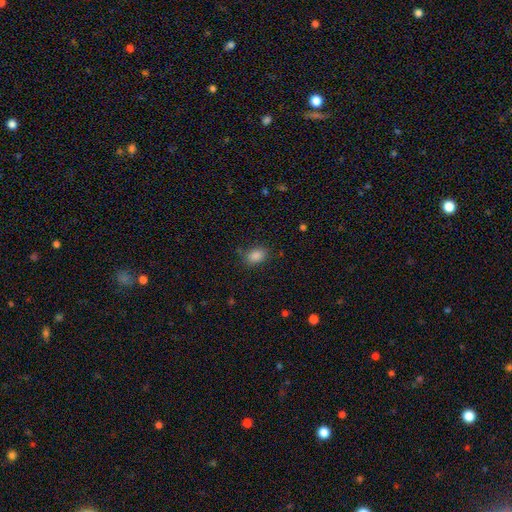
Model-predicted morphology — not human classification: smooth-or-featured: smooth: 86% | star or artifact: 10% | featured or disk: 4%
  how-rounded: in between: 81% | round: 18% | cigar-shaped: 1%
  merging: none: 80% | minor disturbance: 14% | major disturbance: 4% | merger: 2%